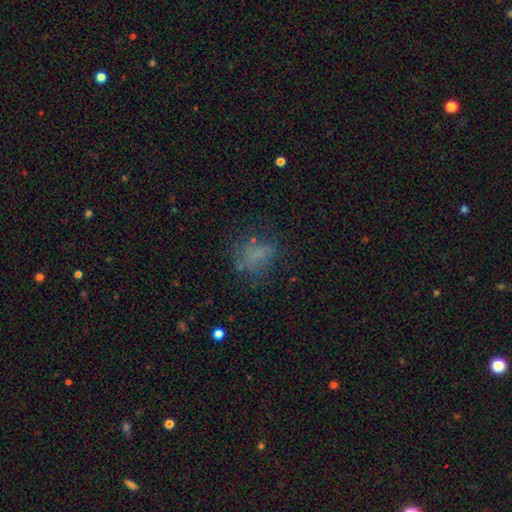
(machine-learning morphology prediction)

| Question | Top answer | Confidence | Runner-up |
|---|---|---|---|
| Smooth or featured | smooth | 60% | star or artifact (21%) |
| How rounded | in between | 60% | round (36%) |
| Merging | none | 60% | minor disturbance (19%) |